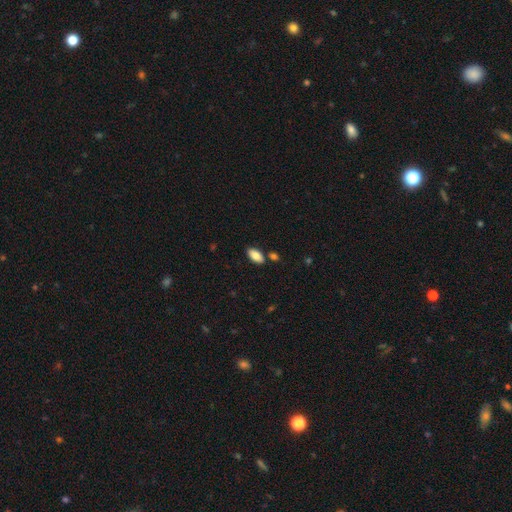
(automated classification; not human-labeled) This appears to be a smooth galaxy with no disk features (85%) that is in between round and cigar-shaped (93%). Merging: none (80%).